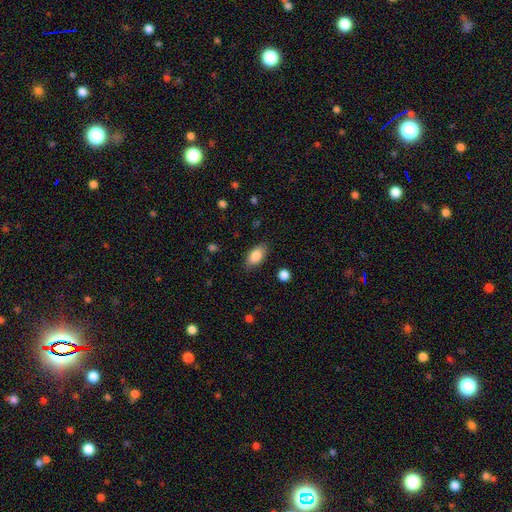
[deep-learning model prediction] This appears to be a smooth galaxy with no disk features (86%) that is in between round and cigar-shaped (92%). Merging: none (85%).